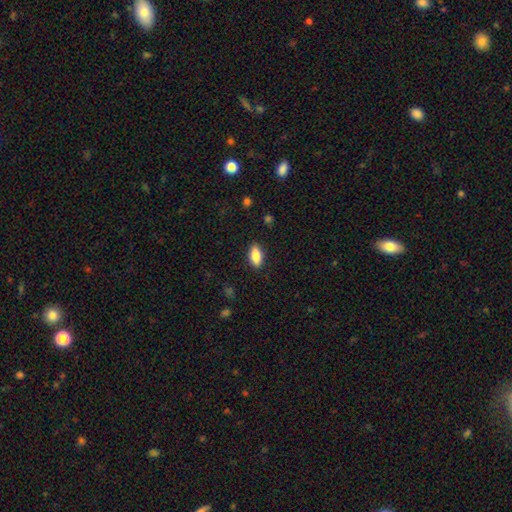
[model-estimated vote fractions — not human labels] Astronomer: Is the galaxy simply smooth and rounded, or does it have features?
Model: smooth — 84%.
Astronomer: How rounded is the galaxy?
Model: in between — 86%.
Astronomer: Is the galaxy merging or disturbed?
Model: none — 87%.